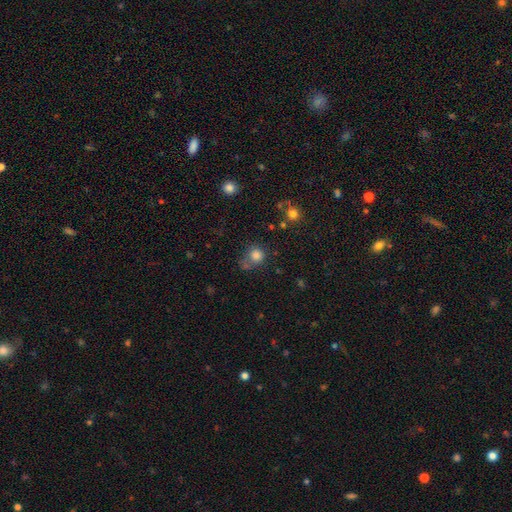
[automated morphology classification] A smooth galaxy with no disk features (80%) that is round (84%).

Vote fractions:
- Smooth or featured? smooth: 80% / star or artifact: 13% / featured or disk: 7%
- How rounded? round: 84% / in between: 15% / cigar-shaped: 1%
- Merging? none: 55% / minor disturbance: 18% / merger: 16% / major disturbance: 10%